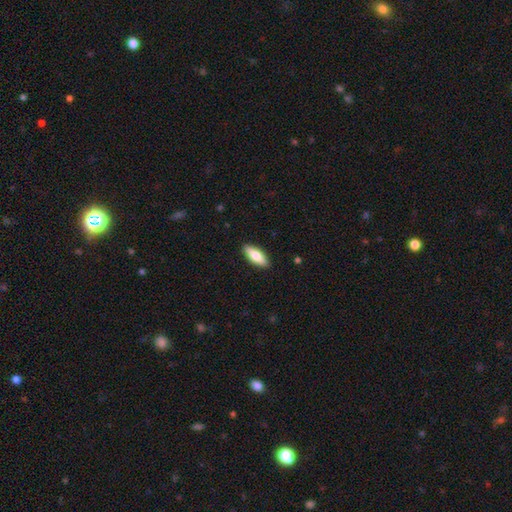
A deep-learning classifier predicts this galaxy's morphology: Smooth or featured: smooth — 72% (featured or disk — 22%)
How rounded: in between — 69% (cigar-shaped — 29%)
Merging: none — 90% (minor disturbance — 8%)